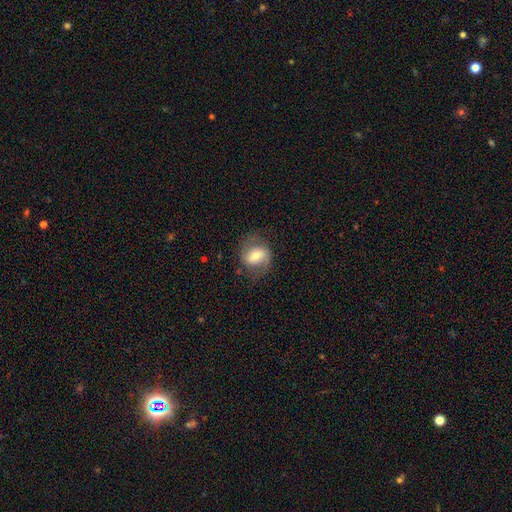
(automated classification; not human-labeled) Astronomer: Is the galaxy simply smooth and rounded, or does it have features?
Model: smooth — 50% (runner-up: featured or disk, 42%).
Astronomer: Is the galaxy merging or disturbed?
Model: none — 70%.